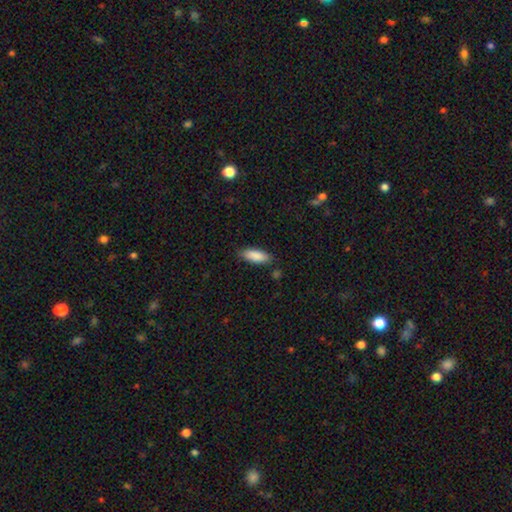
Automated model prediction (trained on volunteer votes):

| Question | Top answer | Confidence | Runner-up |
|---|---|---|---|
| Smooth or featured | smooth | 89% | star or artifact (6%) |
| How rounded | in between | 74% | cigar-shaped (25%) |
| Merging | none | 84% | minor disturbance (11%) |